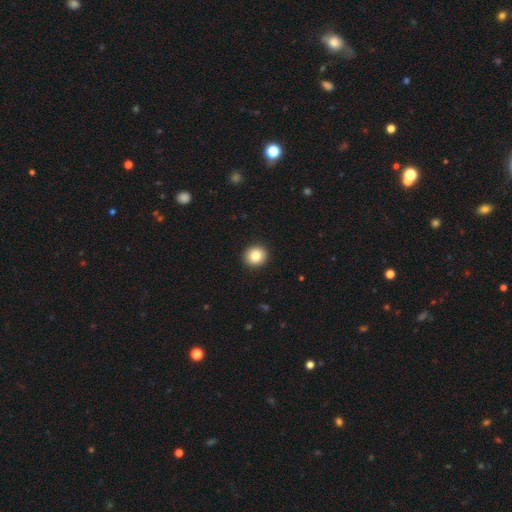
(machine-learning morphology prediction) The model was most divided on "smooth or featured": smooth: 85%, star or artifact: 9%, featured or disk: 6%. More confident: merging — none (93%); how rounded — round (90%).